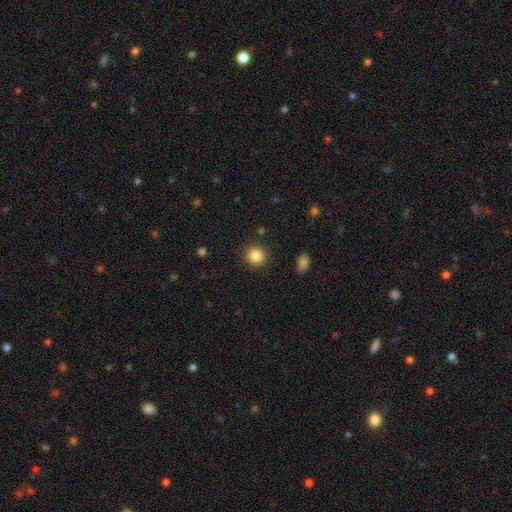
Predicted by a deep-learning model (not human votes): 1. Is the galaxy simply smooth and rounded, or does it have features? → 85% smooth, 10% star or artifact, 5% featured or disk.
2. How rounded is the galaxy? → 90% round, 9% in between, 1% cigar-shaped.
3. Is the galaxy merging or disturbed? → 90% none, 6% minor disturbance, 2% major disturbance, 2% merger.